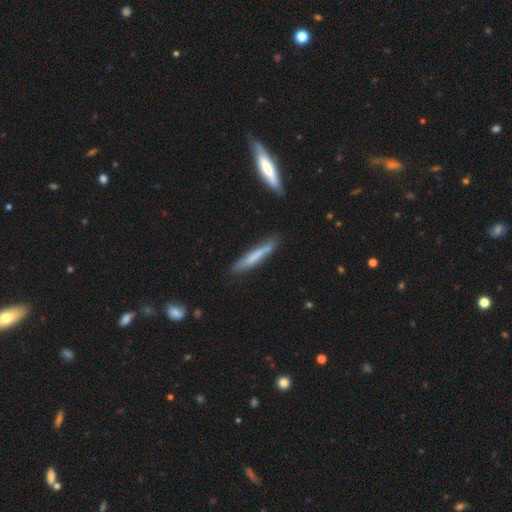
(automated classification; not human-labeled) This is likely a smooth galaxy (64%). How rounded: clearly cigar-shaped (93%). Merging: likely none (76%).